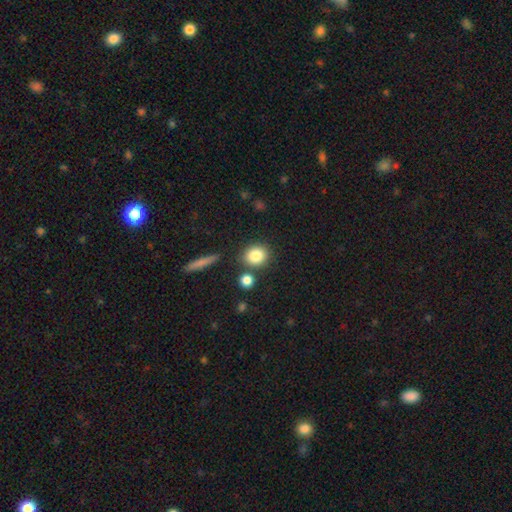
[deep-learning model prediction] Smooth or featured?
  - smooth: 84% *
  - star or artifact: 9%
  - featured or disk: 7%
How rounded?
  - round: 67% *
  - in between: 31%
  - cigar-shaped: 2%
Merging?
  - none: 76% *
  - merger: 11%
  - minor disturbance: 10%
  - major disturbance: 3%